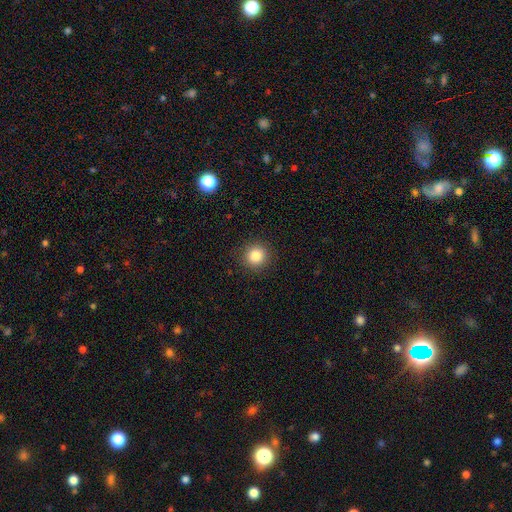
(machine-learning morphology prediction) Smooth or featured? Predicted: smooth (p=0.84). How rounded? Predicted: round (p=0.94). Merging? Predicted: none (p=0.91).